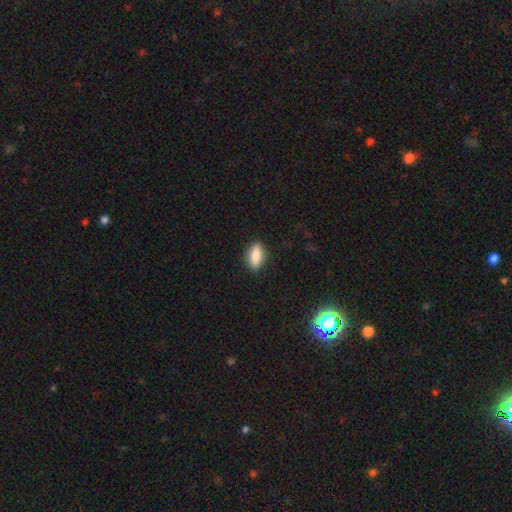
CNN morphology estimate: Smooth or featured? Predicted: smooth (p=0.84). How rounded? Predicted: in between (p=0.80). Merging? Predicted: none (p=0.88).